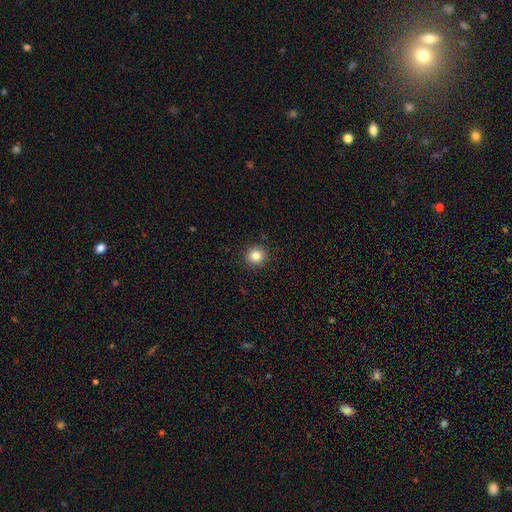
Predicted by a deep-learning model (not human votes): Overall: smooth (84%). How rounded: round (91%). Merging: none (91%).